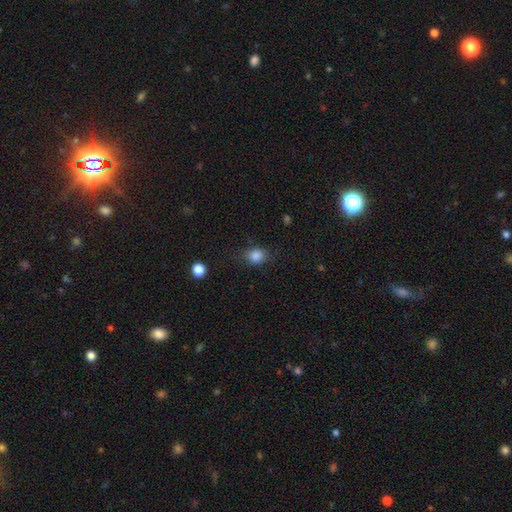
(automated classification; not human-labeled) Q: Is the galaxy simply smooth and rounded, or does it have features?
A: smooth — 85%.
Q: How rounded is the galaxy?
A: round — 57%.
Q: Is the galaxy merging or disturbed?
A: none — 75%.